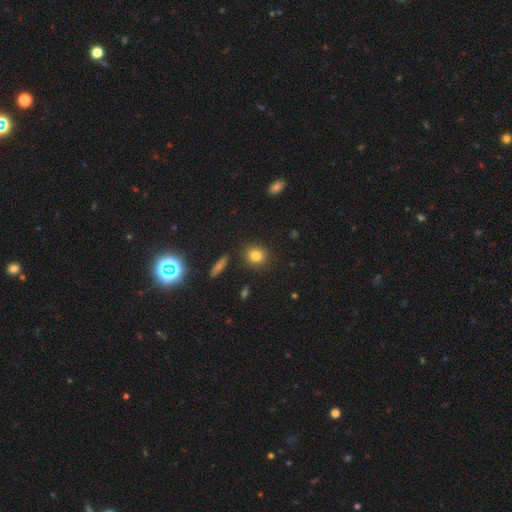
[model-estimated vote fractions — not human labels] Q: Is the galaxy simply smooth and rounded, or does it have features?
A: smooth — 81%.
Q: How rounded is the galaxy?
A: round — 78%.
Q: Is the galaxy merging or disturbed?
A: none — 88%.